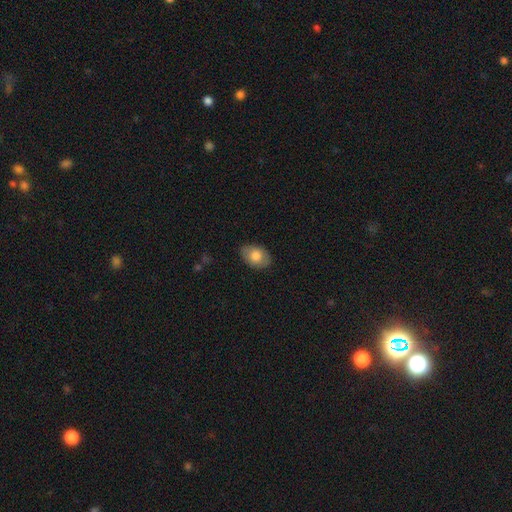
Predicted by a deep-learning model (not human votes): Q: Smooth or featured?
A: smooth (77%); runner-up: featured or disk (17%)
Q: How rounded?
A: in between (86%); runner-up: round (13%)
Q: Merging?
A: none (84%); runner-up: minor disturbance (13%)